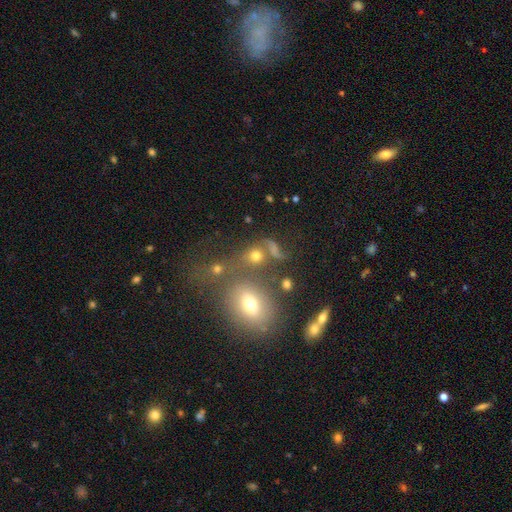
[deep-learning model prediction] Overall: smooth (61%; featured or disk 22%). How rounded: round (67%; in between 31%). Merging: none (45%; merger 28%).